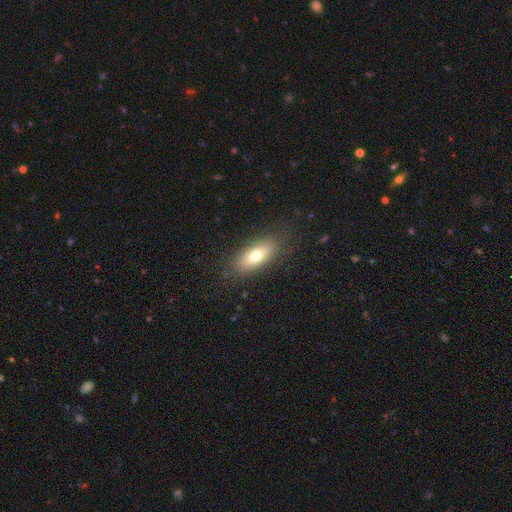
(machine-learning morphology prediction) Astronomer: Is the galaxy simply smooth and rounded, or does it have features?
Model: smooth — 72%.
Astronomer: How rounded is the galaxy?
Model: in between — 77%.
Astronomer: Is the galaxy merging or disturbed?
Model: none — 84%.